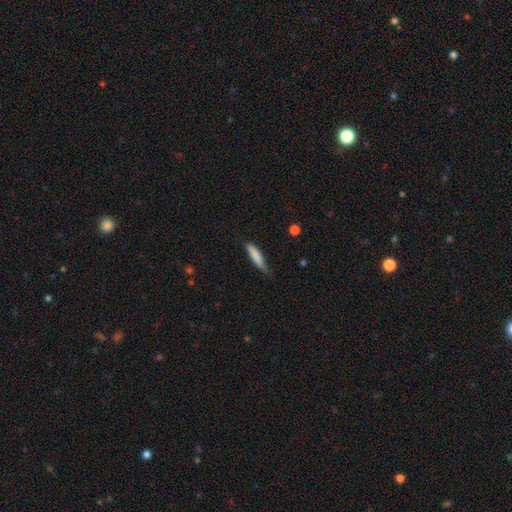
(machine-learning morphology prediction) Q: Smooth or featured?
A: smooth (81%); runner-up: featured or disk (13%)
Q: How rounded?
A: cigar-shaped (80%); runner-up: in between (19%)
Q: Merging?
A: none (61%); runner-up: minor disturbance (32%)